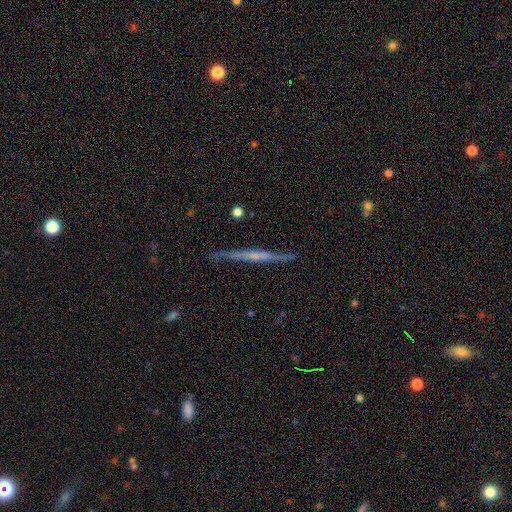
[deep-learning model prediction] This is likely a featured or disk galaxy (74%). It is clearly viewed edge-on (97%). Edge-on bulge: possibly none (55%). Merging: clearly none (85%).